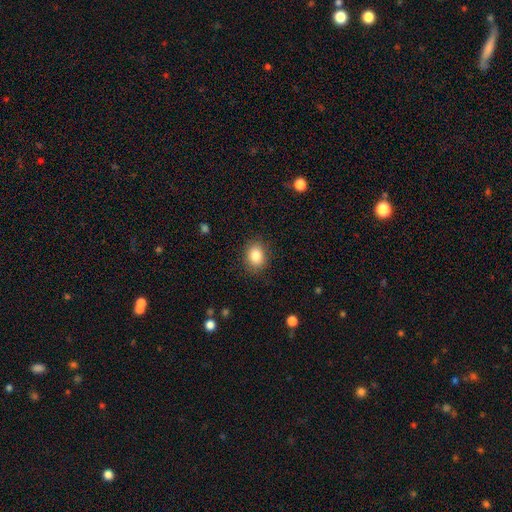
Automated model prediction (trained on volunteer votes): A smooth galaxy with no disk features (84%) that is in between round and cigar-shaped (54%). Merging: none (87%).